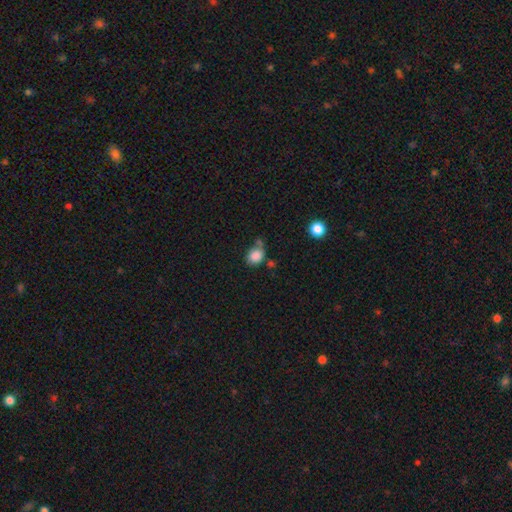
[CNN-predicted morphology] Smooth or featured?
  - smooth: 85% *
  - star or artifact: 10%
  - featured or disk: 5%
How rounded?
  - round: 58% *
  - in between: 40%
  - cigar-shaped: 1%
Merging?
  - none: 48% *
  - minor disturbance: 23%
  - merger: 20%
  - major disturbance: 9%